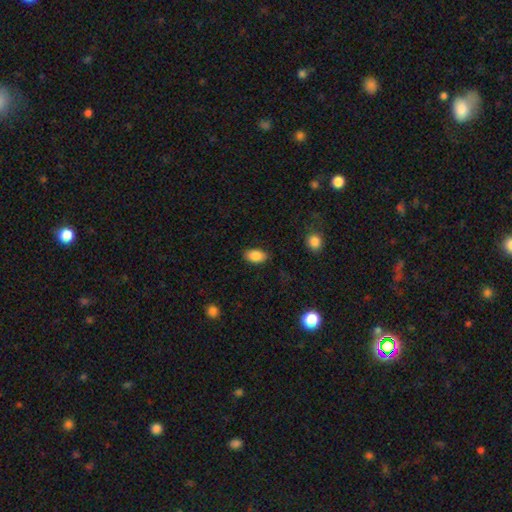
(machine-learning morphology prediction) smooth 88%, star or artifact 8%, featured or disk 4%. Down the decision tree: how rounded — in between (92%); merging — none (85%).